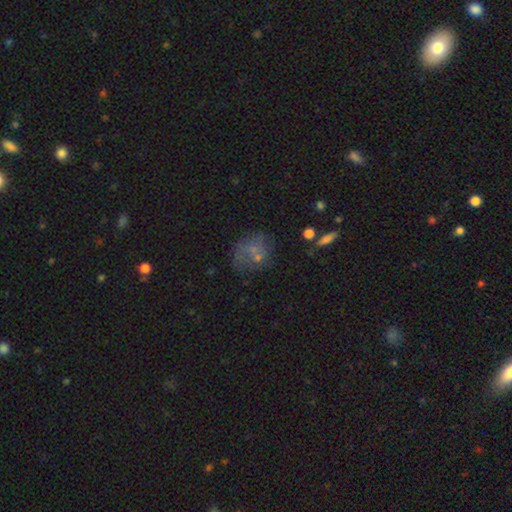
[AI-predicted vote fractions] smooth_or_featured: smooth (p=0.44) [alt: featured or disk p=0.35]
merging: none (p=0.45) [alt: major disturbance p=0.22]